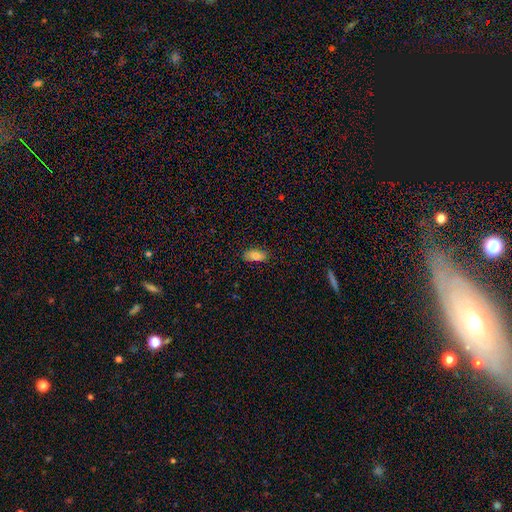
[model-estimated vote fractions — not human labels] smooth-or-featured: smooth: 81% | featured or disk: 11% | star or artifact: 8%
  how-rounded: in between: 90% | cigar-shaped: 6% | round: 4%
  merging: none: 85% | minor disturbance: 12% | major disturbance: 2% | merger: 1%